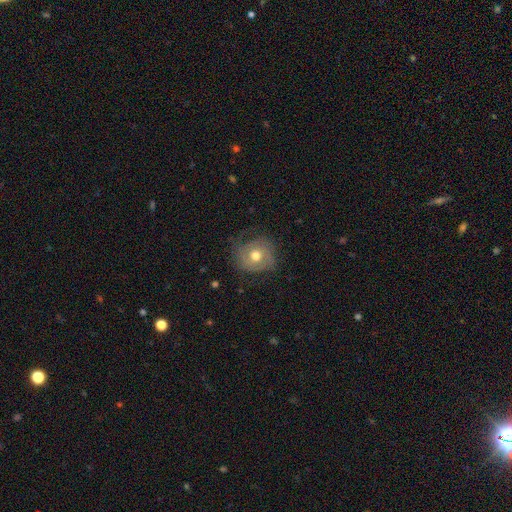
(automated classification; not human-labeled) featured or disk 54%, smooth 38%, star or artifact 8%. Down the decision tree: edge-on disk — no (96%); bar — no (80%); spiral arms — yes (73%); bulge size — moderate (78%); merging — none (63%).